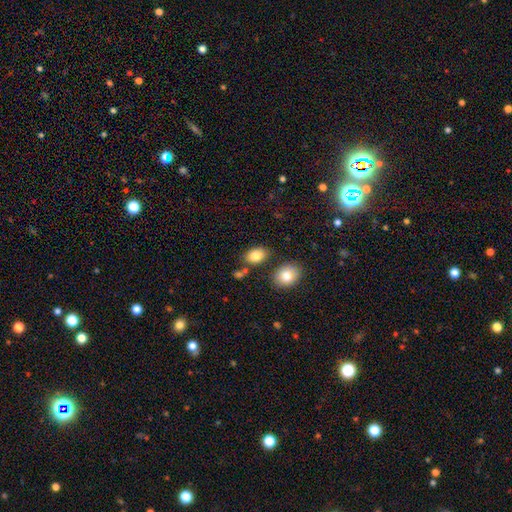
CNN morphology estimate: Smooth or featured? Predicted: smooth (p=0.84). How rounded? Predicted: in between (p=0.83). Merging? Predicted: none (p=0.76).